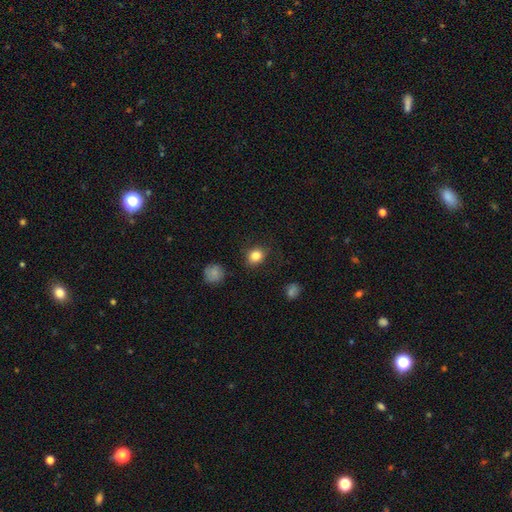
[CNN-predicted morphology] This appears to be a smooth galaxy with no disk features (84%) that is round (69%). Merging: none (84%).